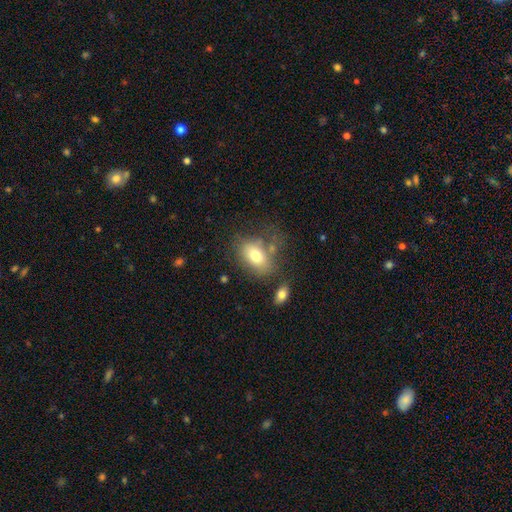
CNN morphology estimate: This is likely a smooth galaxy (73%). How rounded: clearly in between (81%). Merging: possibly none (56%).